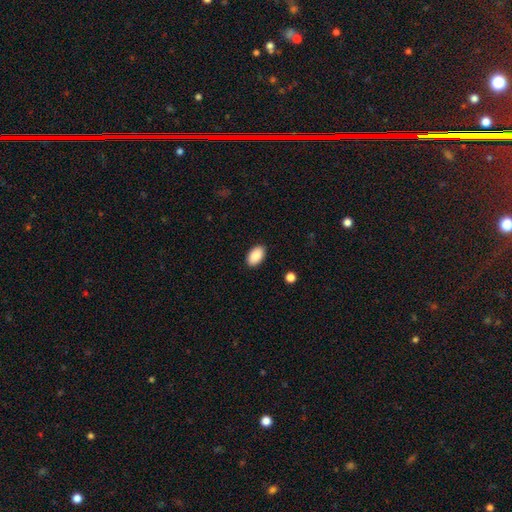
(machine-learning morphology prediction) Smooth or featured? Predicted: smooth (p=0.90). How rounded? Predicted: in between (p=0.93). Merging? Predicted: none (p=0.89).